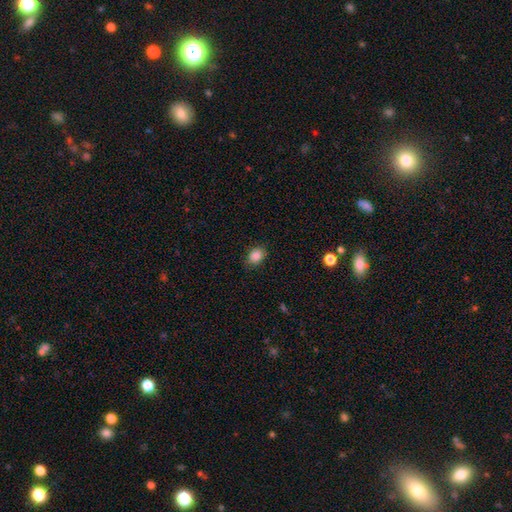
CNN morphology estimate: smooth 87%, star or artifact 9%, featured or disk 4%. Down the decision tree: how rounded — in between (65%); merging — none (82%).